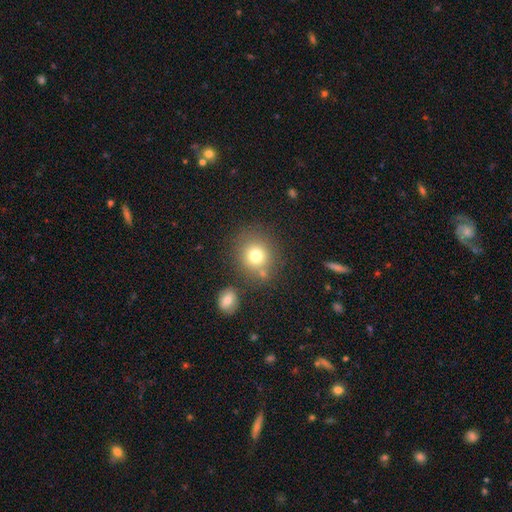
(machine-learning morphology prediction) Smooth or featured? smooth (76%)
How rounded? round (85%)
Merging? none (72%)